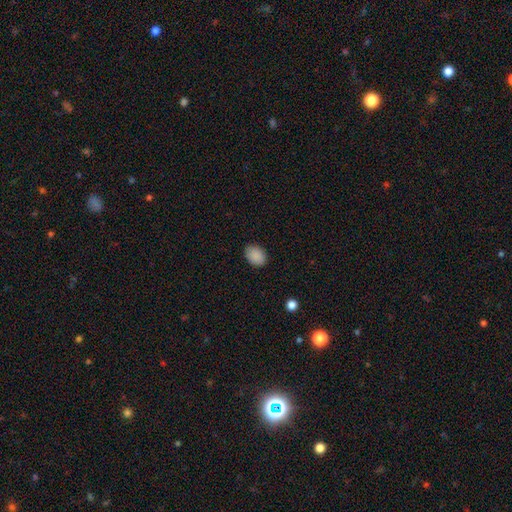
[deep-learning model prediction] Smooth or featured: smooth — 89% (star or artifact — 8%)
How rounded: in between — 73% (round — 26%)
Merging: none — 87% (minor disturbance — 10%)